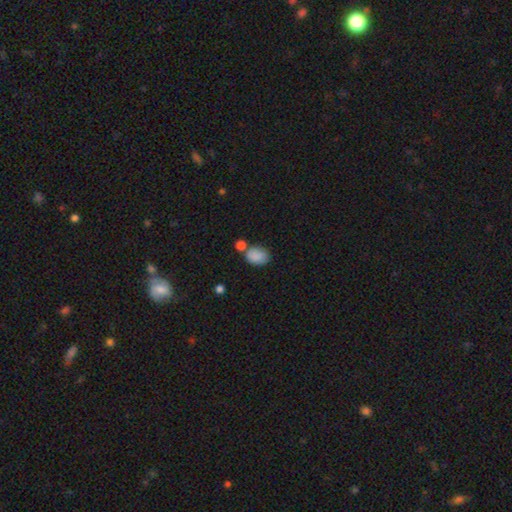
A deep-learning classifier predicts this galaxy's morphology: Smooth or featured?
  - smooth: 86% *
  - star or artifact: 9%
  - featured or disk: 5%
How rounded?
  - in between: 78% *
  - round: 20%
  - cigar-shaped: 1%
Merging?
  - none: 58% *
  - merger: 20%
  - minor disturbance: 17%
  - major disturbance: 5%